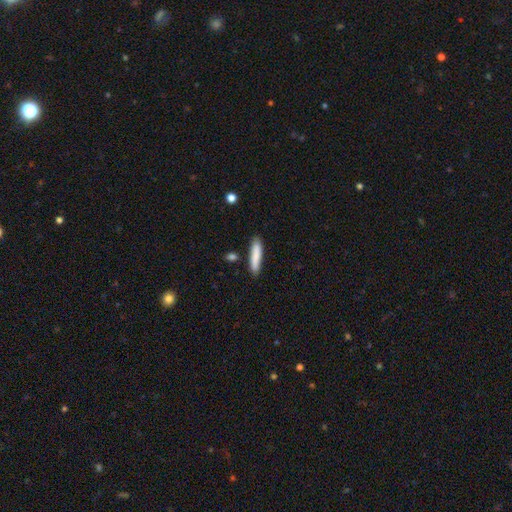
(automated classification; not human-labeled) Smooth or featured?
  - smooth: 84% *
  - featured or disk: 10%
  - star or artifact: 6%
How rounded?
  - cigar-shaped: 84% *
  - in between: 15%
  - round: 1%
Merging?
  - none: 83% *
  - minor disturbance: 12%
  - merger: 3%
  - major disturbance: 2%